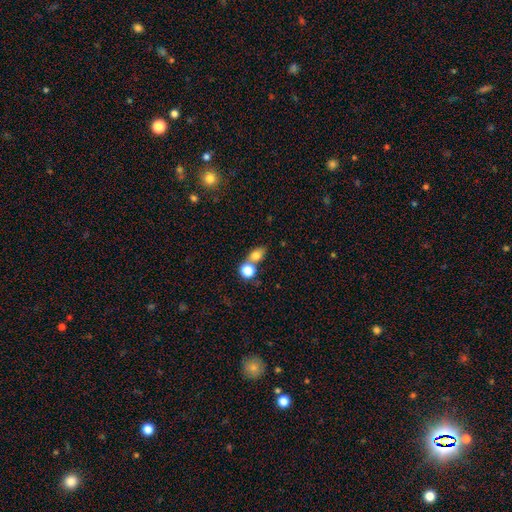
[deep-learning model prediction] Smooth or featured? Predicted: smooth (p=0.75). How rounded? Predicted: in between (p=0.57). Merging? Predicted: none (p=0.49).